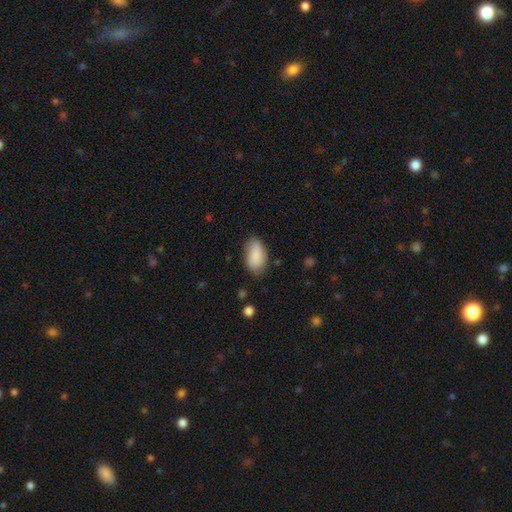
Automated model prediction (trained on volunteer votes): smooth-or-featured: smooth: 88% | star or artifact: 7% | featured or disk: 5%
  how-rounded: in between: 93% | round: 4% | cigar-shaped: 2%
  merging: none: 73% | minor disturbance: 21% | major disturbance: 5% | merger: 2%